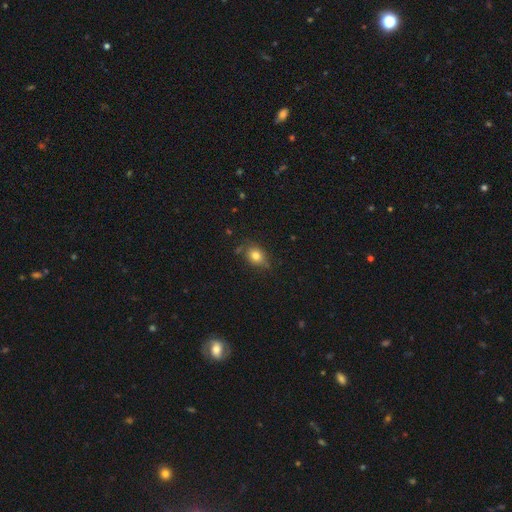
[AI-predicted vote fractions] Smooth or featured: smooth — 79% (star or artifact — 11%)
How rounded: in between — 53% (round — 45%)
Merging: none — 71% (minor disturbance — 21%)